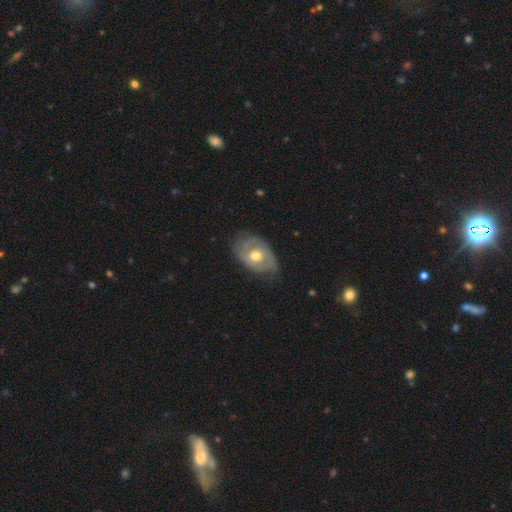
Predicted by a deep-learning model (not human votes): Smooth or featured? featured or disk (62%)
Edge-on disk? no (93%)
Bar? no (80%)
Spiral arms? yes (54%)
Bulge size? moderate (78%)
Merging? none (61%)